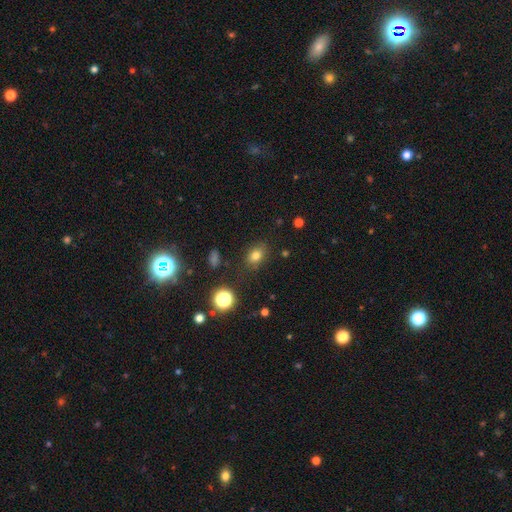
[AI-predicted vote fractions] This appears to be a smooth galaxy with no disk features (75%) that is in between round and cigar-shaped (67%). Merging: none (81%).